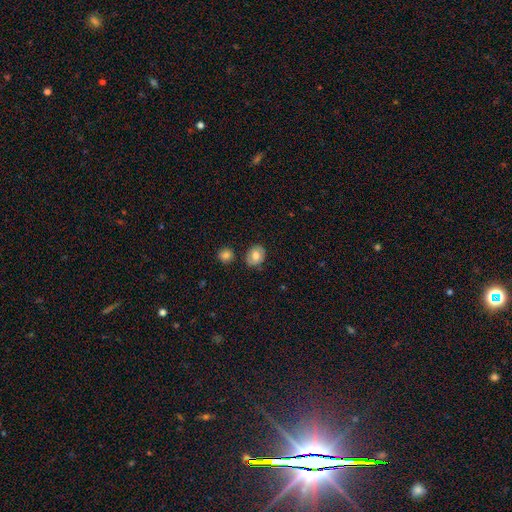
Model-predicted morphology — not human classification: smooth-or-featured: smooth: 69% | featured or disk: 22% | star or artifact: 9%
  how-rounded: round: 59% | in between: 40% | cigar-shaped: 1%
  merging: none: 80% | minor disturbance: 12% | merger: 4% | major disturbance: 3%